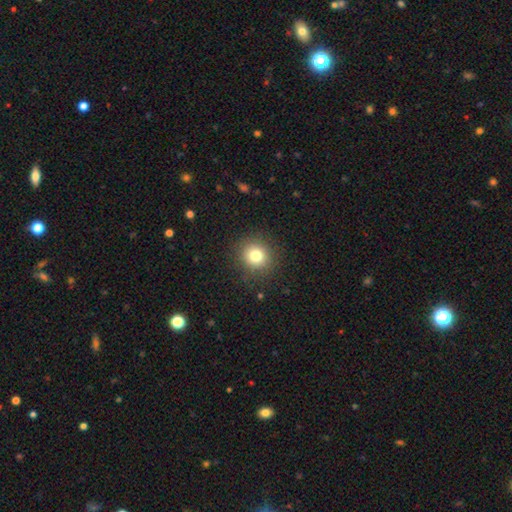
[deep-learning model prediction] Smooth or featured? Predicted: smooth (p=0.79). How rounded? Predicted: round (p=0.90). Merging? Predicted: none (p=0.89).